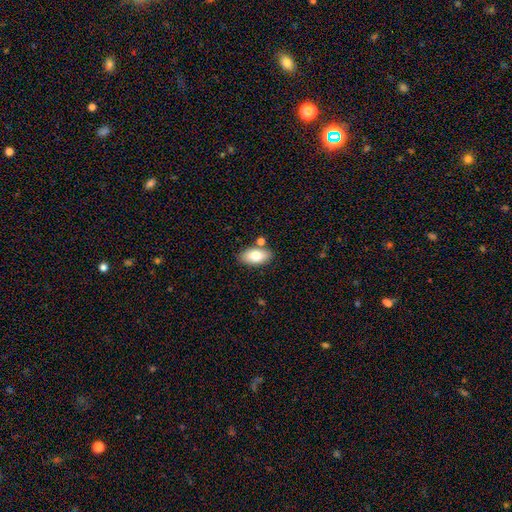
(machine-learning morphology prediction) This is likely a smooth galaxy (77%). How rounded: clearly in between (92%). Merging: likely none (78%).